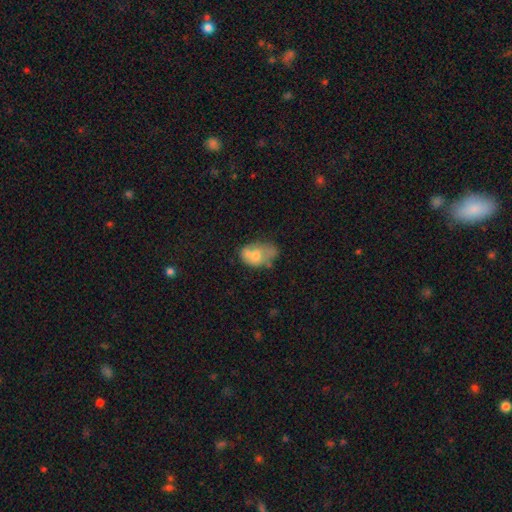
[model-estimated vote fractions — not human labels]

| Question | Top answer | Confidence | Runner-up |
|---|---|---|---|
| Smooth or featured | smooth | 59% | featured or disk (32%) |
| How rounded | in between | 83% | round (15%) |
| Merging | none | 32% | minor disturbance (29%) |